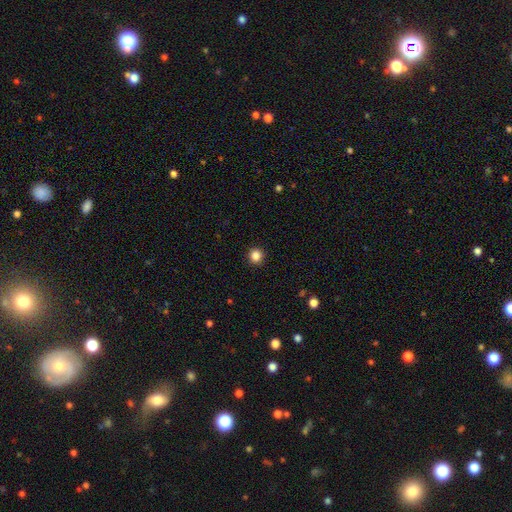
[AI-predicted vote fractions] Smooth or featured? smooth (85%)
How rounded? round (92%)
Merging? none (93%)